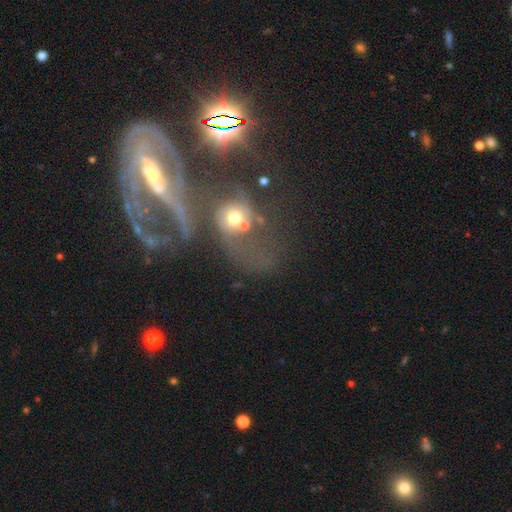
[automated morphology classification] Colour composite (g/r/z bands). It shows a featured or disk galaxy (56%) with no bar (57%), spiral arms (55%) and a moderate central bulge (51%). Merging: merger (41%).